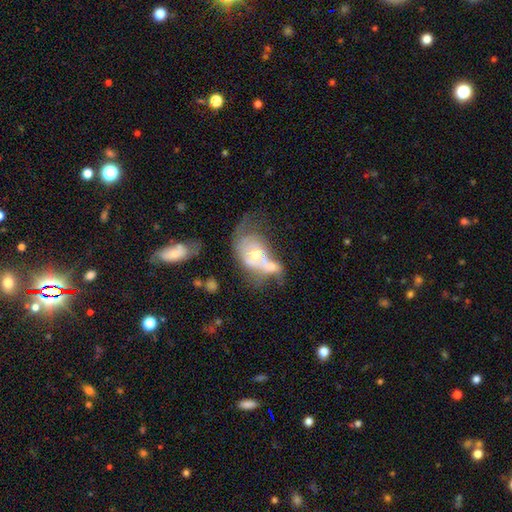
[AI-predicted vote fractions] Smooth or featured? Predicted: featured or disk (p=0.59). Edge-on disk? Predicted: no (p=0.95). Bar? Predicted: no (p=0.80). Spiral arms? Predicted: no (p=0.52). Bulge size? Predicted: moderate (p=0.57). Merging? Predicted: merger (p=0.54).